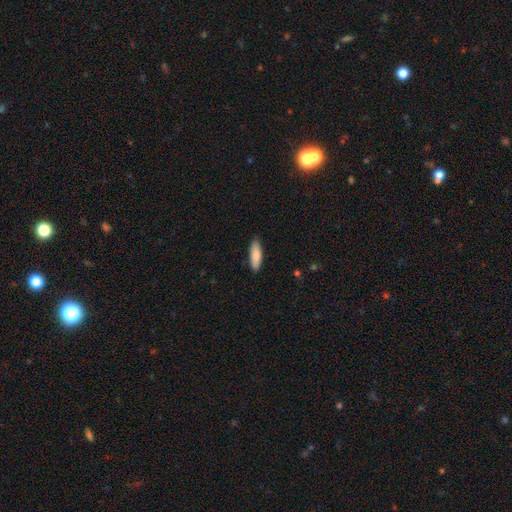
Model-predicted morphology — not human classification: Smooth or featured: smooth — 85% (featured or disk — 9%)
How rounded: in between — 52% (cigar-shaped — 47%)
Merging: none — 88% (minor disturbance — 9%)